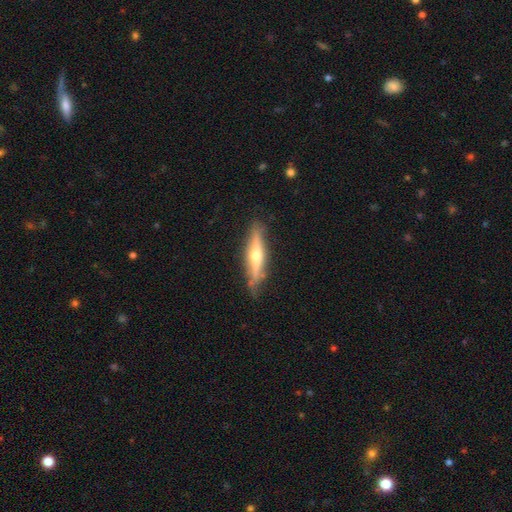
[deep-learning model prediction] smooth-or-featured: featured or disk: 65% | smooth: 29% | star or artifact: 6%
  disk-edge-on: yes: 93% | no: 7%
    edge-on-bulge: rounded: 89% | none: 6% | boxy: 4%
  merging: none: 80% | minor disturbance: 15% | major disturbance: 3% | merger: 2%